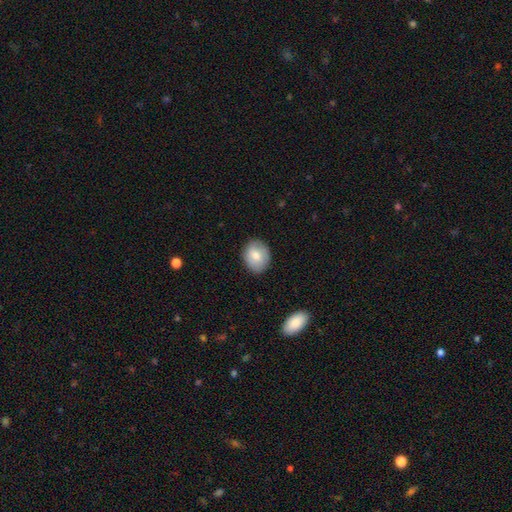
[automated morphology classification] Q: Smooth or featured?
A: smooth (75%); runner-up: featured or disk (17%)
Q: How rounded?
A: in between (51%); runner-up: round (48%)
Q: Merging?
A: none (84%); runner-up: minor disturbance (12%)